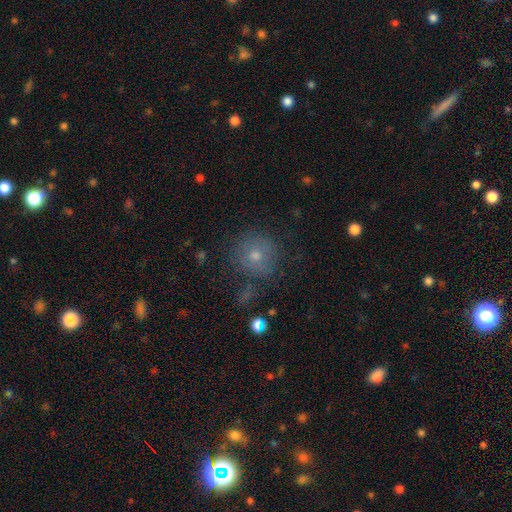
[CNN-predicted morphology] The model was most divided on "smooth or featured": smooth: 65%, featured or disk: 19%, star or artifact: 16%. More confident: how rounded — round (92%); merging — none (76%).